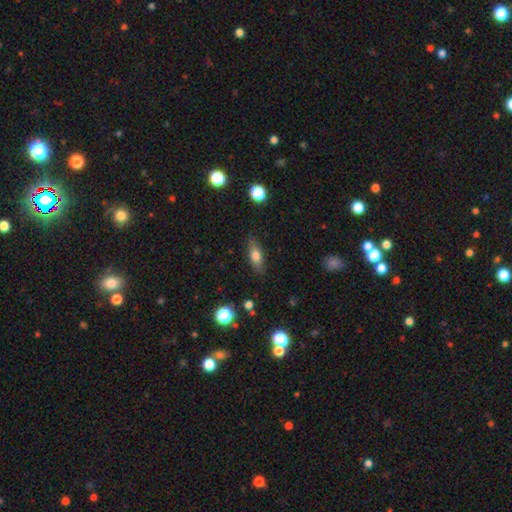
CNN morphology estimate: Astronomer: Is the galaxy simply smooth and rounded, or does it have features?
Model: smooth — 73%.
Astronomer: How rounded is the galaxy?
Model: in between — 72%.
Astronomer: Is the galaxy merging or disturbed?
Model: none — 82%.